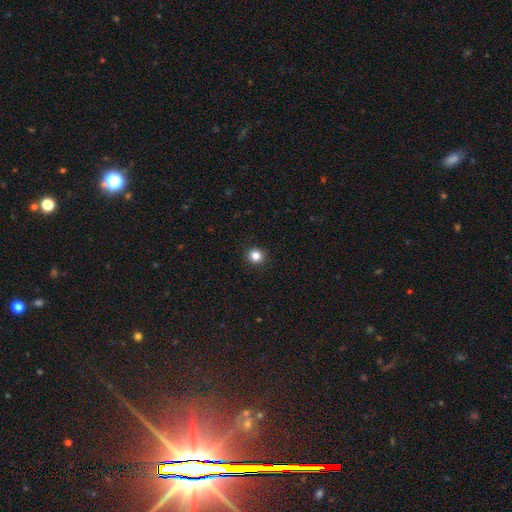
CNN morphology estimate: Smooth or featured? Predicted: smooth (p=0.84). How rounded? Predicted: round (p=0.92). Merging? Predicted: none (p=0.93).